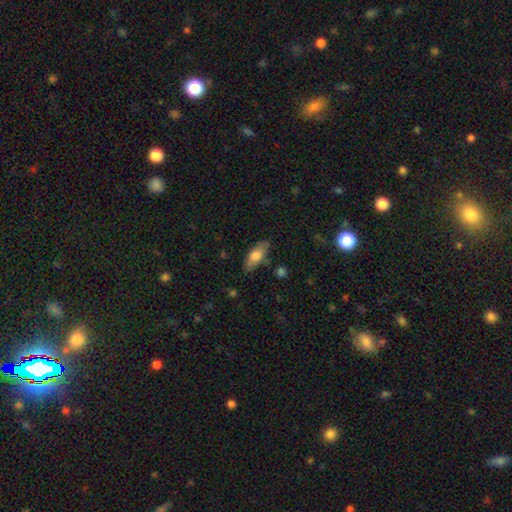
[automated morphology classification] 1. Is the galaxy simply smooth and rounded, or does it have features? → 71% smooth, 23% featured or disk, 6% star or artifact.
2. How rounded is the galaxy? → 73% in between, 24% cigar-shaped, 3% round.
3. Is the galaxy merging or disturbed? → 80% none, 15% minor disturbance, 3% major disturbance, 2% merger.